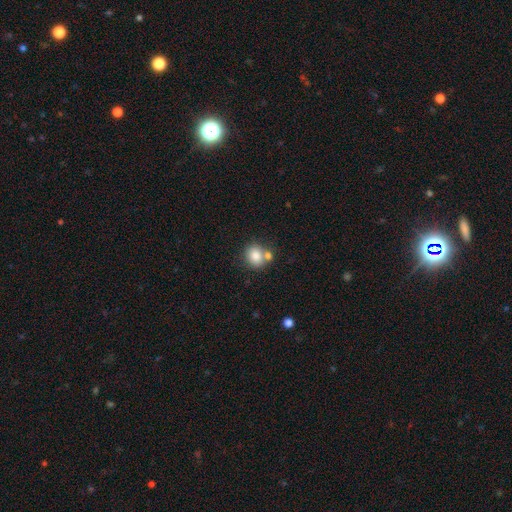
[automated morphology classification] A smooth galaxy with no disk features (81%) that is round (79%).

Vote fractions:
- Smooth or featured? smooth: 81% / star or artifact: 9% / featured or disk: 9%
- How rounded? round: 79% / in between: 20% / cigar-shaped: 1%
- Merging? none: 57% / merger: 29% / minor disturbance: 11% / major disturbance: 3%